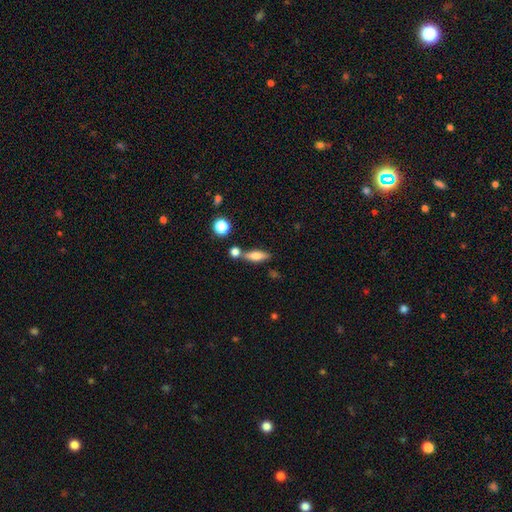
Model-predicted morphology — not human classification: Smooth or featured?
  - smooth: 66% *
  - featured or disk: 25%
  - star or artifact: 9%
How rounded?
  - in between: 55% *
  - cigar-shaped: 40%
  - round: 5%
Merging?
  - none: 65% *
  - merger: 19%
  - minor disturbance: 13%
  - major disturbance: 4%